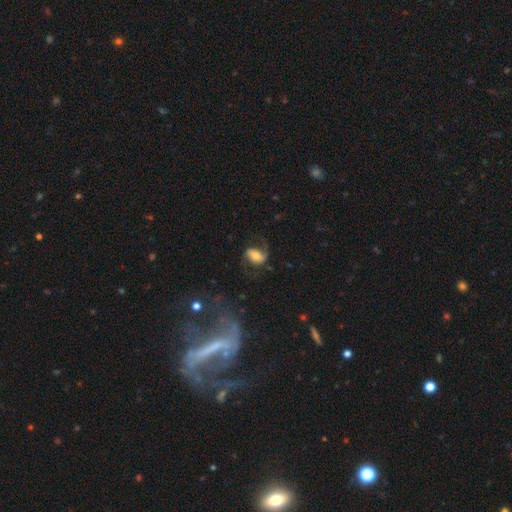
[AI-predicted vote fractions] This is likely a featured or disk galaxy (61%). It is clearly not viewed edge-on (96%). Bar: marginally no (39%). Spiral arm pattern: clearly yes (89%). Spiral arm count: clearly 2 (83%). Spiral winding: possibly loose (51%). Central bulge: possibly moderate (58%). Merging: possibly none (60%).